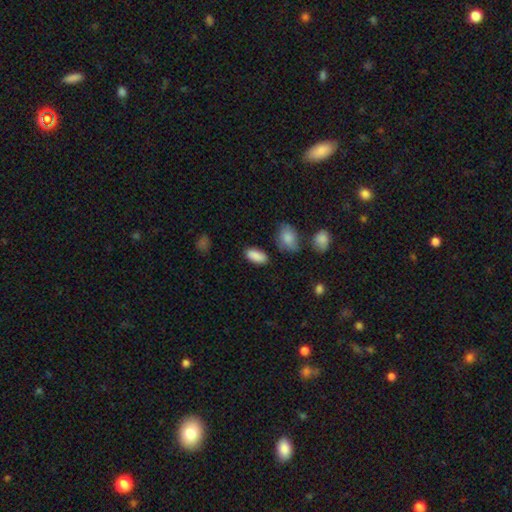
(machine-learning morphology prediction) The model was most divided on "merging": none: 82%, minor disturbance: 11%, merger: 3%, major disturbance: 3%. More confident: how rounded — in between (90%); smooth or featured — smooth (88%).